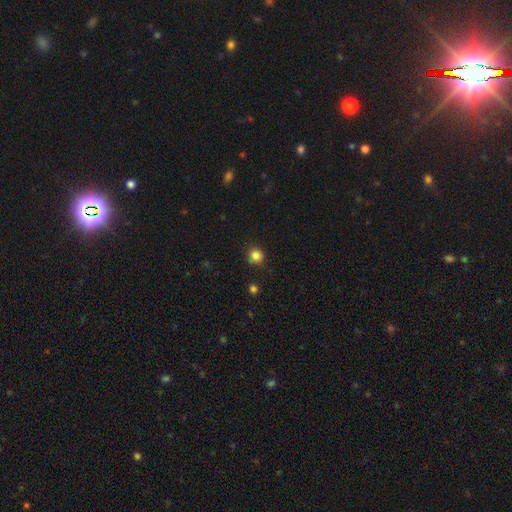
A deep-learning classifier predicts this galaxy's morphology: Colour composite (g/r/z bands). It shows a smooth galaxy with no disk features (84%) that is round (89%). Merging: none (84%).